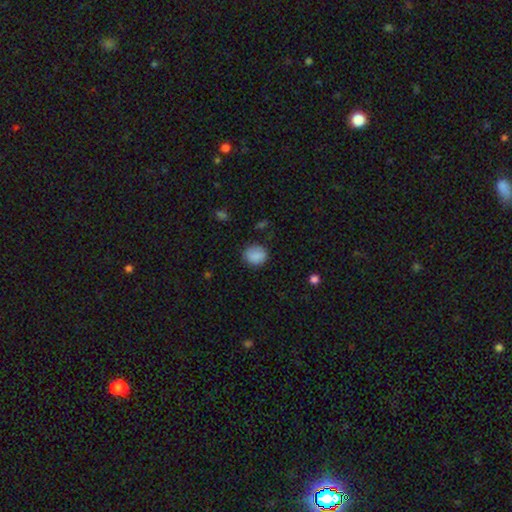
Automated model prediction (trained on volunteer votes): Smooth or featured?
  - smooth: 87% *
  - star or artifact: 8%
  - featured or disk: 5%
How rounded?
  - round: 68% *
  - in between: 31%
  - cigar-shaped: 1%
Merging?
  - none: 79% *
  - minor disturbance: 16%
  - major disturbance: 4%
  - merger: 1%